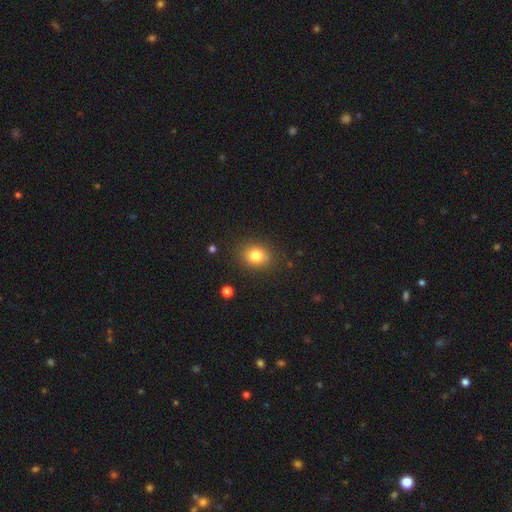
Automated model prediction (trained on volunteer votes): Morphology: type=smooth (81%); roundness=round (58%); merging=none (86%).